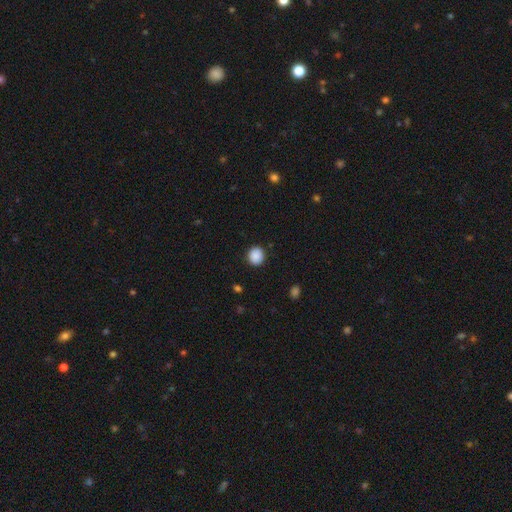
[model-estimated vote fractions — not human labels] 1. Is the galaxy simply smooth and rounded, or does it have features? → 89% smooth, 9% star or artifact, 3% featured or disk.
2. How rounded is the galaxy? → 85% round, 14% in between, 1% cigar-shaped.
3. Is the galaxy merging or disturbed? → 90% none, 7% minor disturbance, 2% major disturbance, 1% merger.